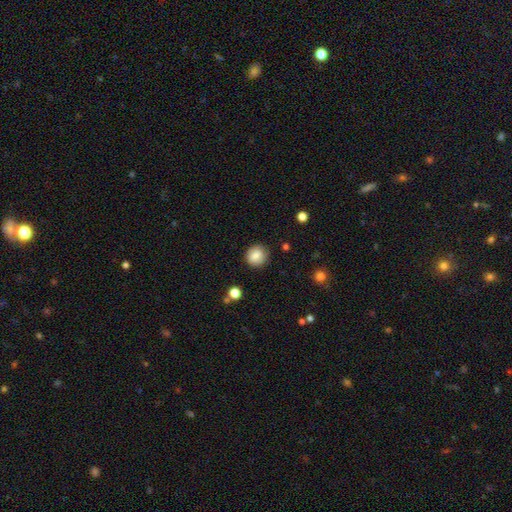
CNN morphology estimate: type=smooth (84%); roundness=round (87%); merging=none (86%).